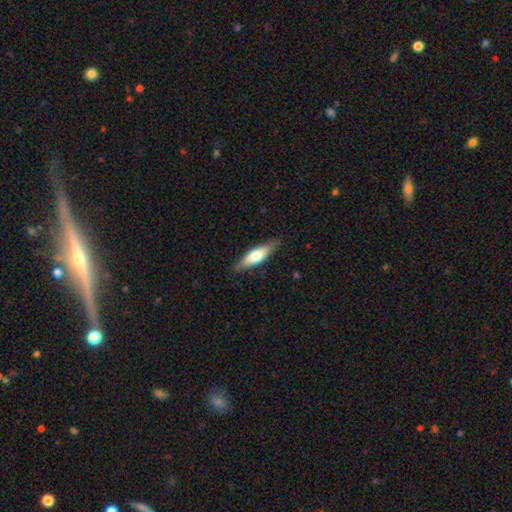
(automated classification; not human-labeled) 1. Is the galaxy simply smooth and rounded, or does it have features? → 62% smooth, 33% featured or disk, 5% star or artifact.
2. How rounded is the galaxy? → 53% cigar-shaped, 45% in between, 2% round.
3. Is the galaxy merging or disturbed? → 83% none, 13% minor disturbance, 2% major disturbance, 1% merger.